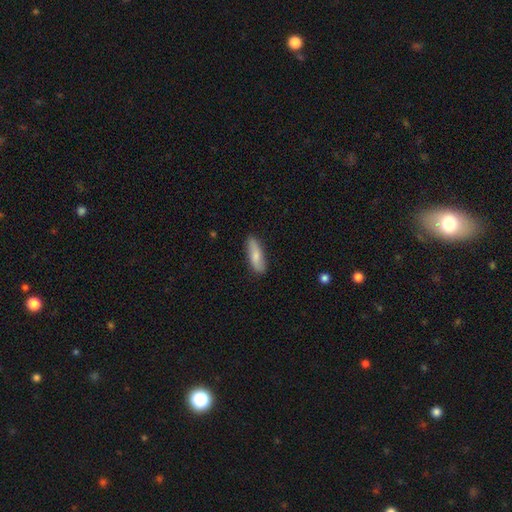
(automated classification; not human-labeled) Smooth or featured? smooth (74%)
How rounded? cigar-shaped (50%)
Merging? none (83%)